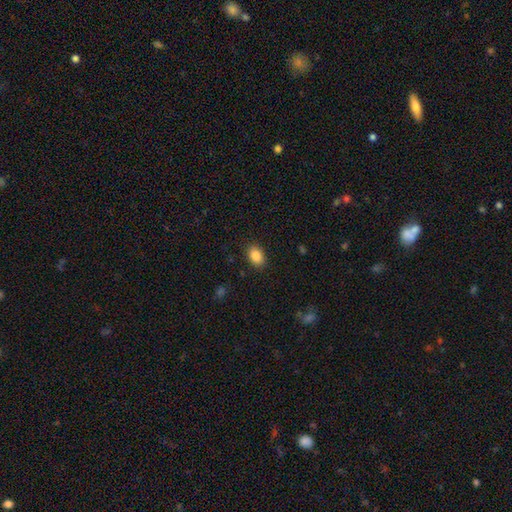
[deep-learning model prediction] Q: Smooth or featured?
A: smooth (88%); runner-up: star or artifact (8%)
Q: How rounded?
A: in between (84%); runner-up: round (15%)
Q: Merging?
A: none (88%); runner-up: minor disturbance (9%)